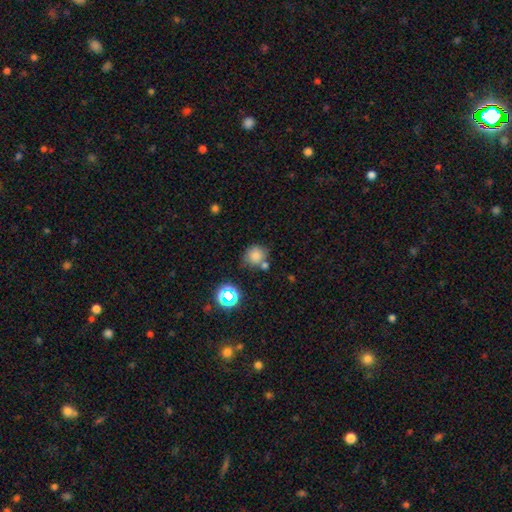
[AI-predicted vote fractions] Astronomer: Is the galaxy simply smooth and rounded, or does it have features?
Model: smooth — 77%.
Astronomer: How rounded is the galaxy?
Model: round — 85%.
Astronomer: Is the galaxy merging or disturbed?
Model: none — 59%.